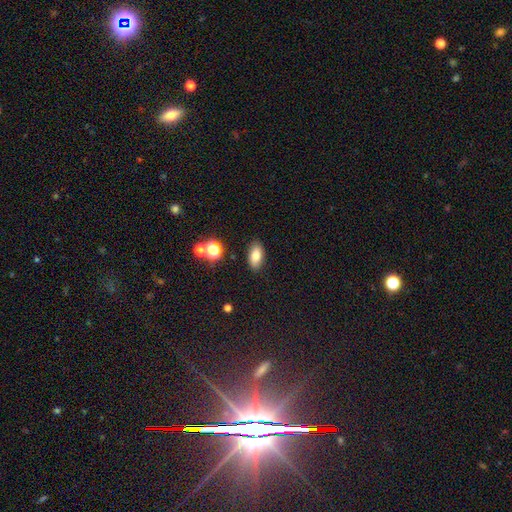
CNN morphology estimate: smooth_or_featured: smooth (p=0.78) [alt: featured or disk p=0.12]
how_rounded: in between (p=0.87) [alt: cigar-shaped p=0.07]
merging: none (p=0.87) [alt: minor disturbance p=0.09]